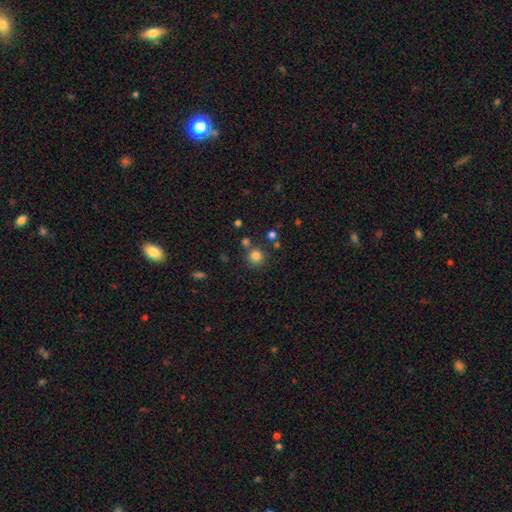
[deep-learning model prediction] Smooth or featured? smooth (82%)
How rounded? round (93%)
Merging? none (78%)